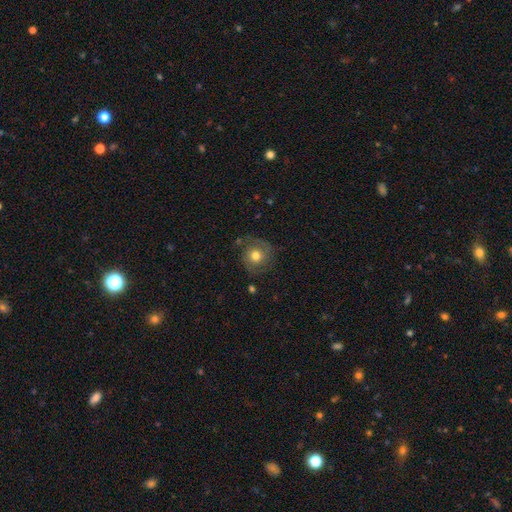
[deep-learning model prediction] Smooth or featured: featured or disk — 47% (smooth — 43%)
Merging: none — 75% (minor disturbance — 15%)